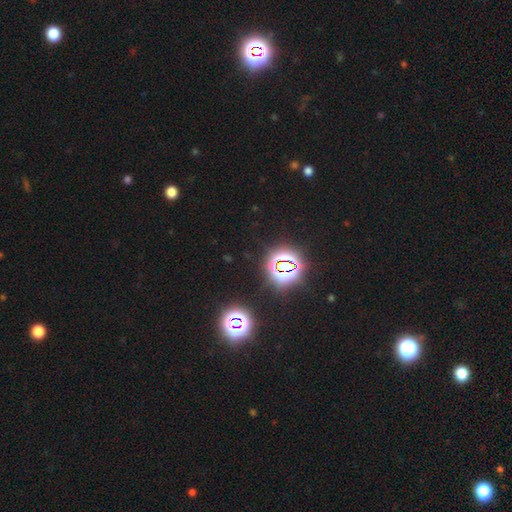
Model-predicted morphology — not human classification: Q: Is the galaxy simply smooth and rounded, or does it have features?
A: star or artifact — 80%.